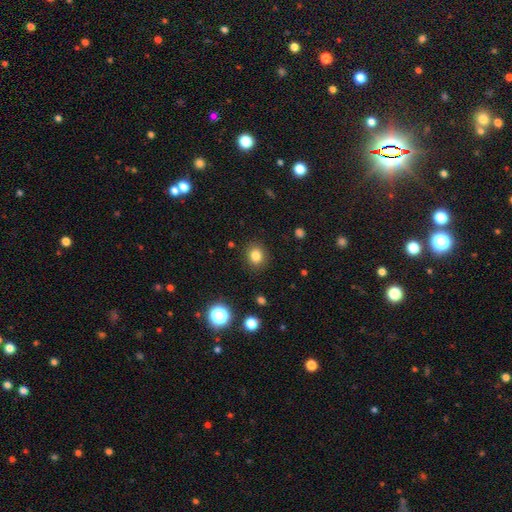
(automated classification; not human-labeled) A smooth galaxy with no disk features (82%) that is round (66%).

Vote fractions:
- Smooth or featured? smooth: 82% / star or artifact: 12% / featured or disk: 6%
- How rounded? round: 66% / in between: 33% / cigar-shaped: 1%
- Merging? none: 88% / minor disturbance: 8% / major disturbance: 3% / merger: 1%